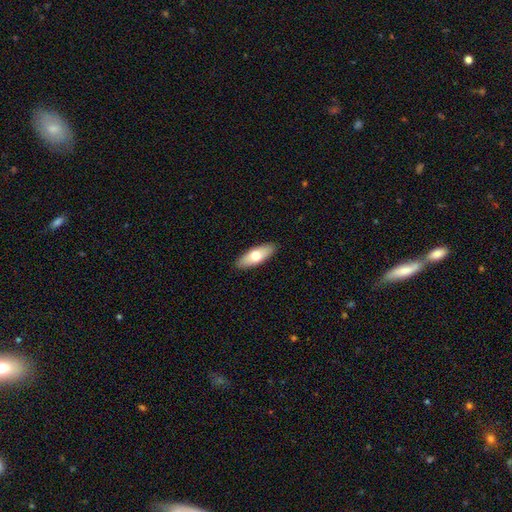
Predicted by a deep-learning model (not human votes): This is likely a smooth galaxy (69%). How rounded: likely in between (69%). Merging: clearly none (90%).